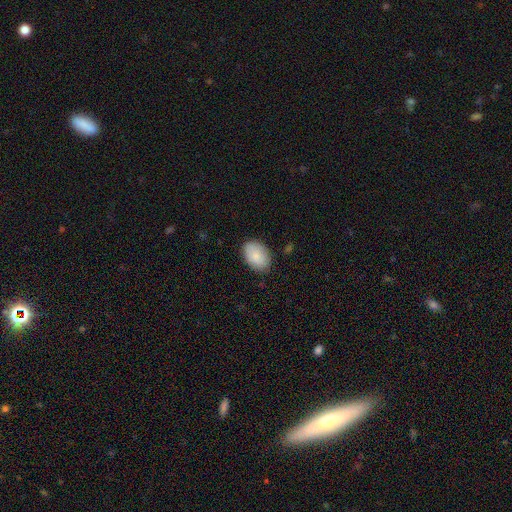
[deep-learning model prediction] This appears to be a smooth galaxy with no disk features (87%) that is in between round and cigar-shaped (87%). Merging: none (83%).